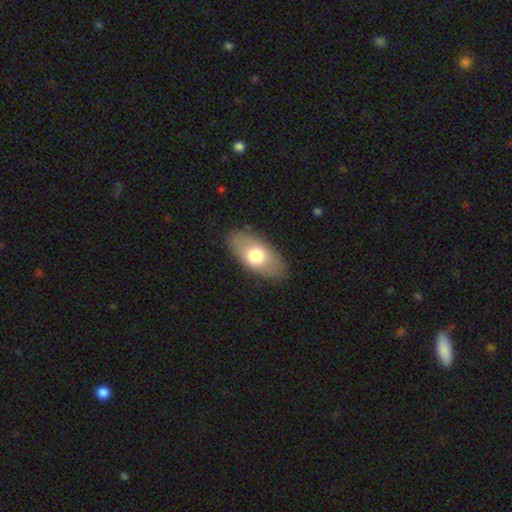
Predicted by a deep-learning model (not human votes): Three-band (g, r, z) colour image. It shows a smooth galaxy with no disk features (70%) that is in between round and cigar-shaped (91%). Merging: none (85%).